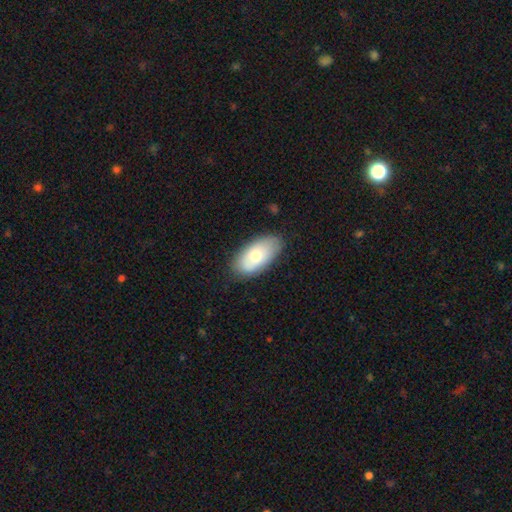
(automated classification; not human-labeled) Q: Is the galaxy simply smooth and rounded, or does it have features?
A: smooth — 66%.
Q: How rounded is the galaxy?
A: in between — 93%.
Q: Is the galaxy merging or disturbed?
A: none — 81%.